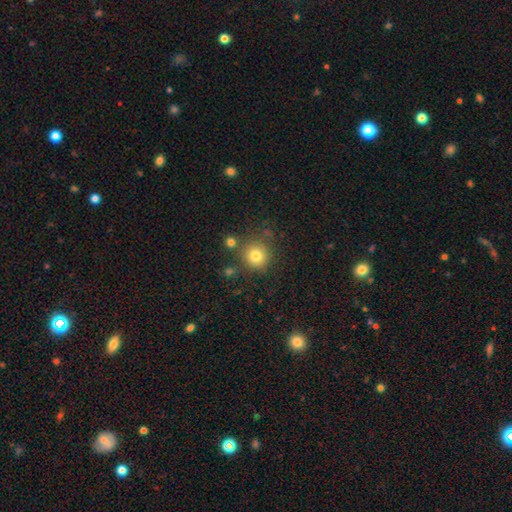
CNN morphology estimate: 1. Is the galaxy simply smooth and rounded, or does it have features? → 79% smooth, 13% star or artifact, 8% featured or disk.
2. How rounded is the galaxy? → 92% round, 7% in between, 1% cigar-shaped.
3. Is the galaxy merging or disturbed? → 77% none, 11% minor disturbance, 8% merger, 4% major disturbance.